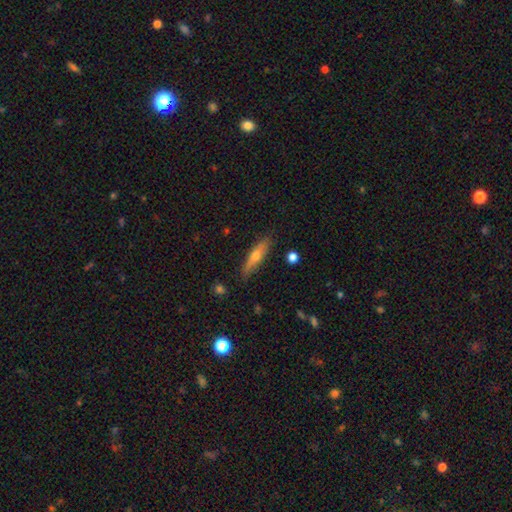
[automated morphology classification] Smooth or featured: smooth — 49% (featured or disk — 44%)
Merging: none — 83% (minor disturbance — 13%)